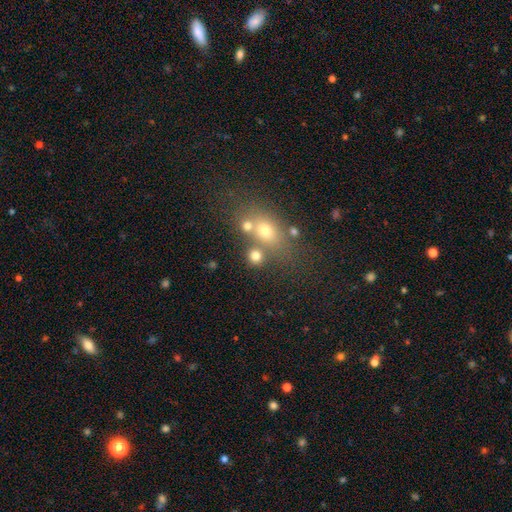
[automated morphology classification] The model was most divided on "merging": none: 59%, merger: 25%, minor disturbance: 10%, major disturbance: 6%. More confident: how rounded — round (74%); smooth or featured — smooth (74%).